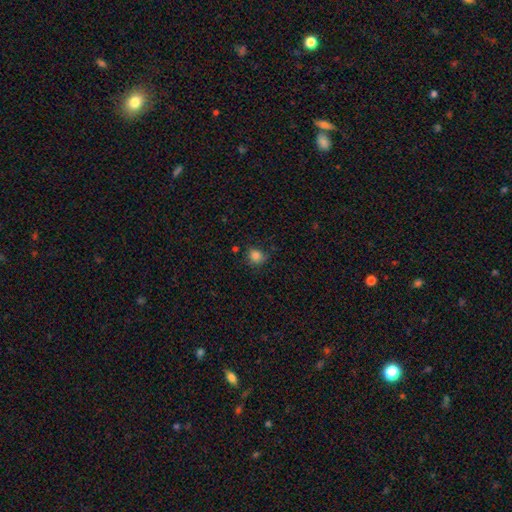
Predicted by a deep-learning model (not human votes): A smooth galaxy with no disk features (84%) that is round (71%).

Vote fractions:
- Smooth or featured? smooth: 84% / star or artifact: 12% / featured or disk: 5%
- How rounded? round: 71% / in between: 28% / cigar-shaped: 1%
- Merging? none: 71% / minor disturbance: 21% / major disturbance: 5% / merger: 2%